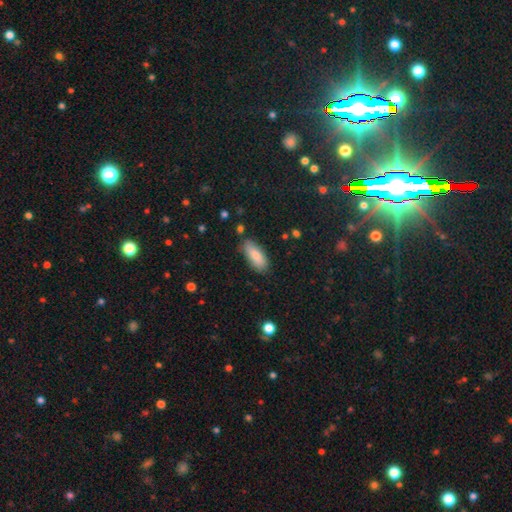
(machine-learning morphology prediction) type=smooth (82%); roundness=in between (80%); merging=none (79%).